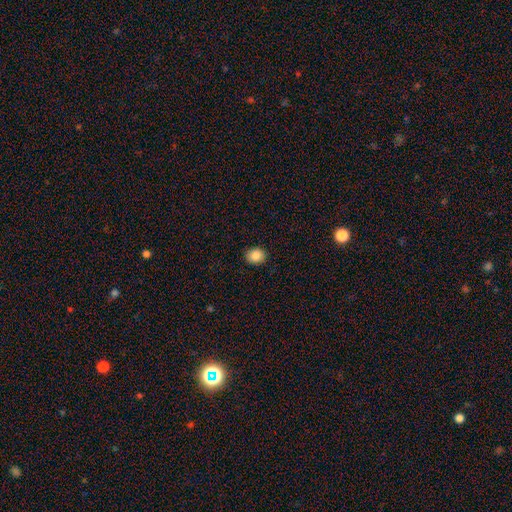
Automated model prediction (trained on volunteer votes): smooth 87%, star or artifact 9%, featured or disk 4%. Down the decision tree: how rounded — round (57%); merging — none (89%).